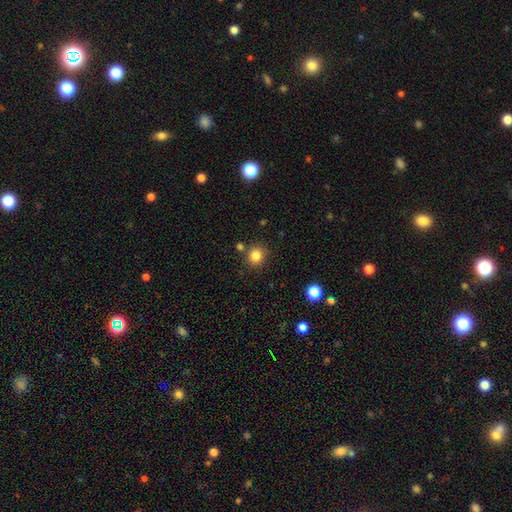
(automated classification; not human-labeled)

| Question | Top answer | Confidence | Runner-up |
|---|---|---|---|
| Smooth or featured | smooth | 84% | star or artifact (11%) |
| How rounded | round | 90% | in between (9%) |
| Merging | none | 82% | minor disturbance (9%) |